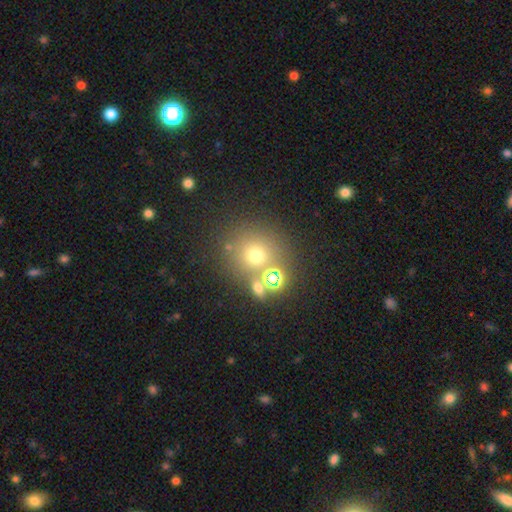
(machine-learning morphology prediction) smooth_or_featured: smooth (p=0.63) [alt: star or artifact p=0.25]
how_rounded: round (p=0.90) [alt: in between p=0.09]
merging: none (p=0.68) [alt: merger p=0.18]